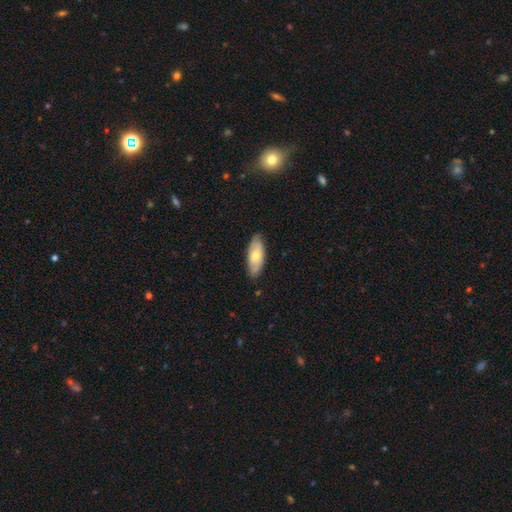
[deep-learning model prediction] Q: Smooth or featured?
A: smooth (58%); runner-up: featured or disk (36%)
Q: How rounded?
A: in between (80%); runner-up: cigar-shaped (18%)
Q: Merging?
A: none (82%); runner-up: minor disturbance (14%)